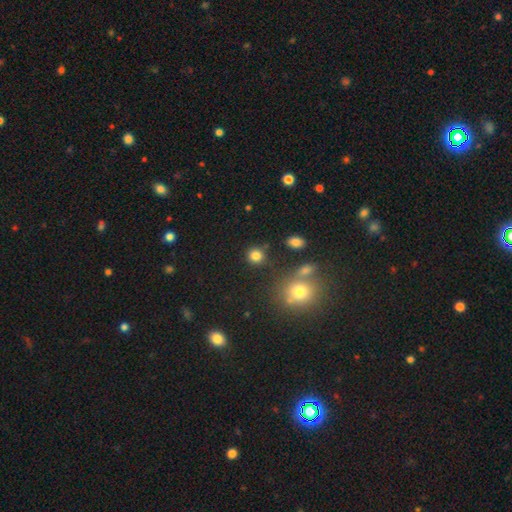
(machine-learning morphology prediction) Q: Smooth or featured?
A: smooth (82%); runner-up: star or artifact (13%)
Q: How rounded?
A: round (88%); runner-up: in between (11%)
Q: Merging?
A: none (81%); runner-up: minor disturbance (9%)